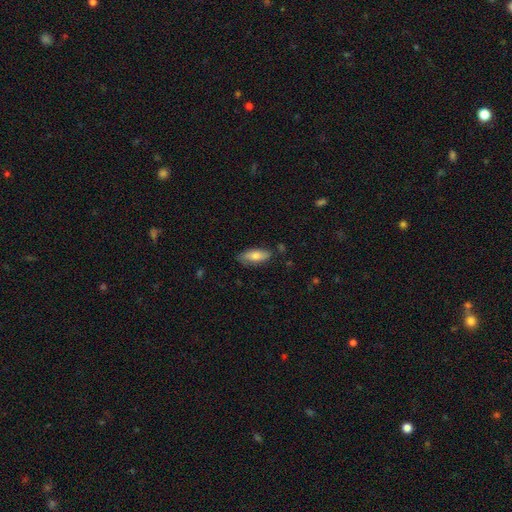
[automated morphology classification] type=smooth (77%); roundness=in between (76%); merging=none (76%).